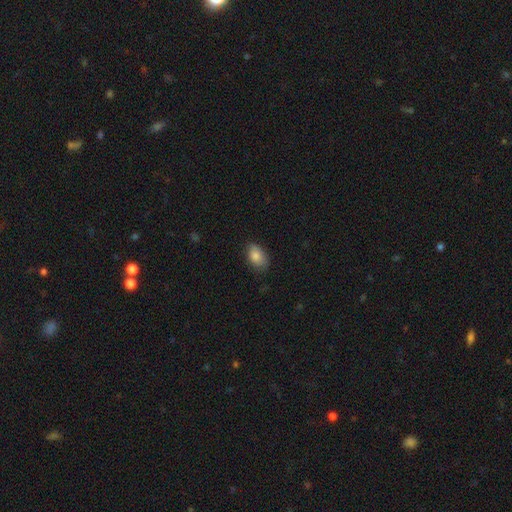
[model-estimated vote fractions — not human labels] This appears to be a smooth galaxy with no disk features (84%) that is in between round and cigar-shaped (89%). Merging: none (73%).